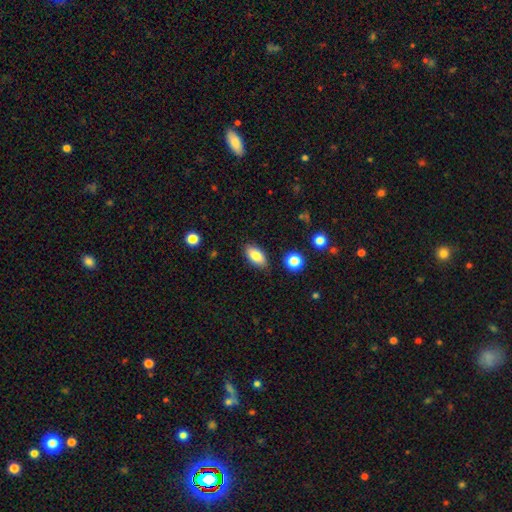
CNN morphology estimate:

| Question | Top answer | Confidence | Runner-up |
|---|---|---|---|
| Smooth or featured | smooth | 83% | featured or disk (9%) |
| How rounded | in between | 91% | cigar-shaped (5%) |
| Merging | none | 86% | minor disturbance (10%) |